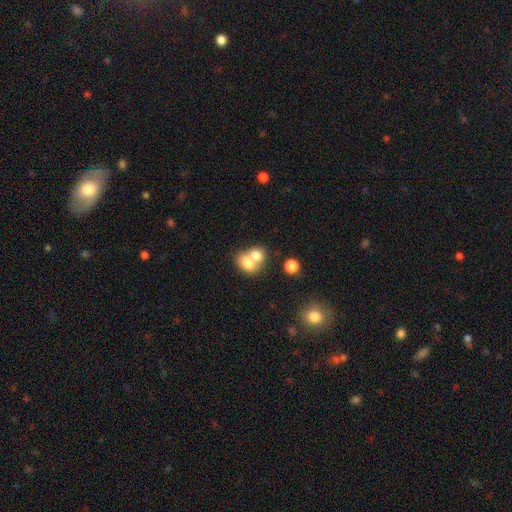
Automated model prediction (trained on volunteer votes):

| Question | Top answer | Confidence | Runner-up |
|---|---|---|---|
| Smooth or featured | smooth | 75% | featured or disk (16%) |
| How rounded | in between | 50% | round (49%) |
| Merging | merger | 69% | none (23%) |